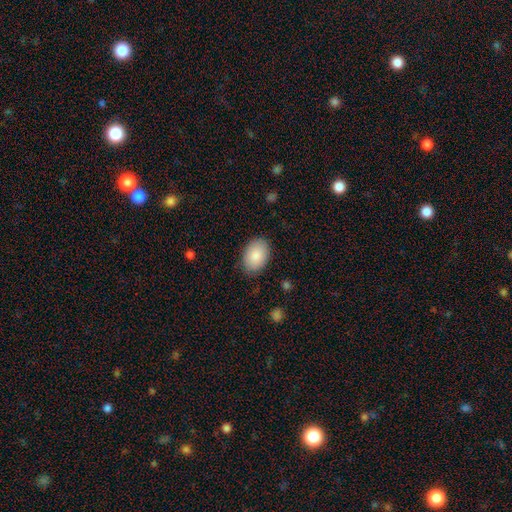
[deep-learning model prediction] This appears to be a smooth galaxy with no disk features (87%) that is in between round and cigar-shaped (84%). Merging: none (86%).